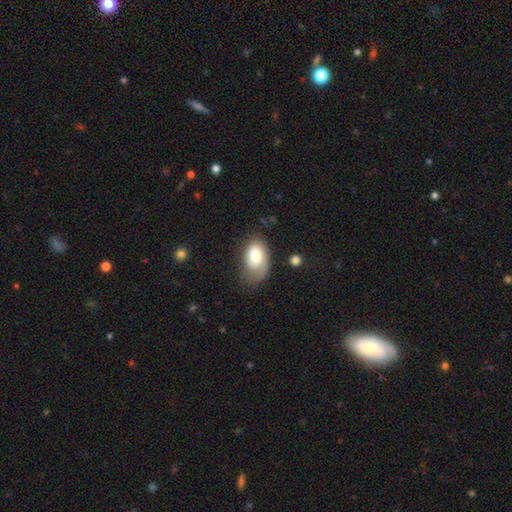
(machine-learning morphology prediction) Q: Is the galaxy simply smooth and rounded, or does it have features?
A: smooth — 64%.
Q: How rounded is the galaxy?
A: in between — 91%.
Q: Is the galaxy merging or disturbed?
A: none — 46%.